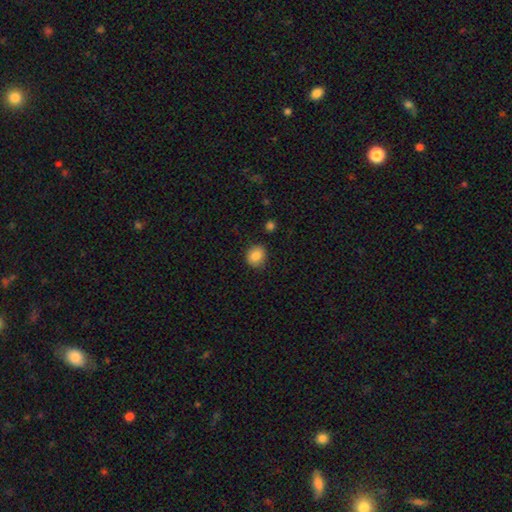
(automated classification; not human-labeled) Smooth or featured? Predicted: smooth (p=0.85). How rounded? Predicted: round (p=0.77). Merging? Predicted: none (p=0.85).